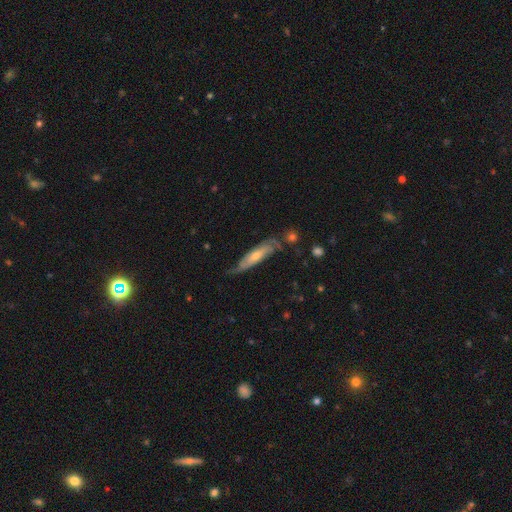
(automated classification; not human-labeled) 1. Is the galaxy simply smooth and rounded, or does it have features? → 66% featured or disk, 27% smooth, 6% star or artifact.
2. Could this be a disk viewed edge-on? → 60% no, 40% yes.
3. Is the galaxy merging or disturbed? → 62% none, 25% minor disturbance, 9% major disturbance, 4% merger.